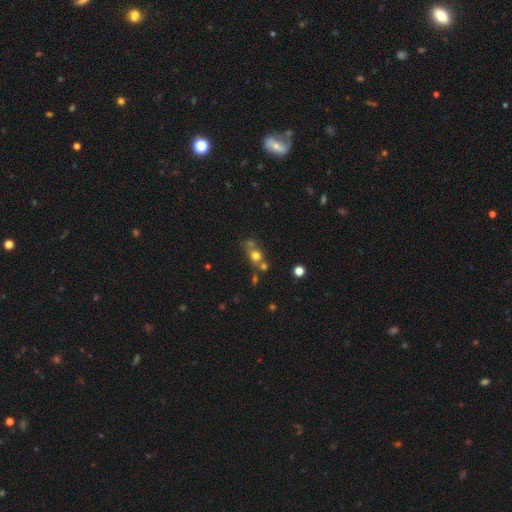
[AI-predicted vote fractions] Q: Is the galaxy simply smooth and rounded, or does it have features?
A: smooth — 63%.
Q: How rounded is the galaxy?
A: round — 72%.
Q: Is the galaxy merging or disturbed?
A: none — 46%.